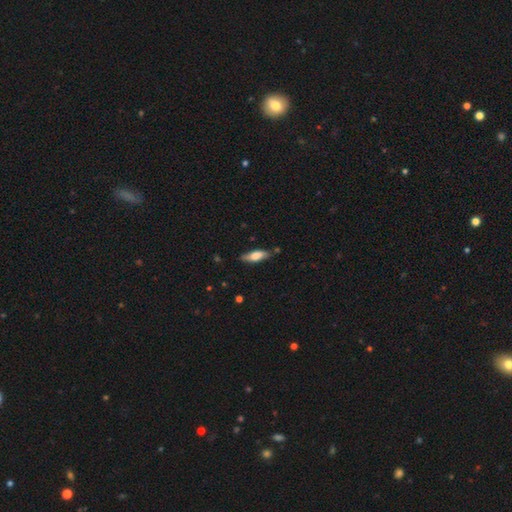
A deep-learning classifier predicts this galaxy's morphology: Smooth or featured? Predicted: smooth (p=0.64). How rounded? Predicted: in between (p=0.56). Merging? Predicted: none (p=0.77).